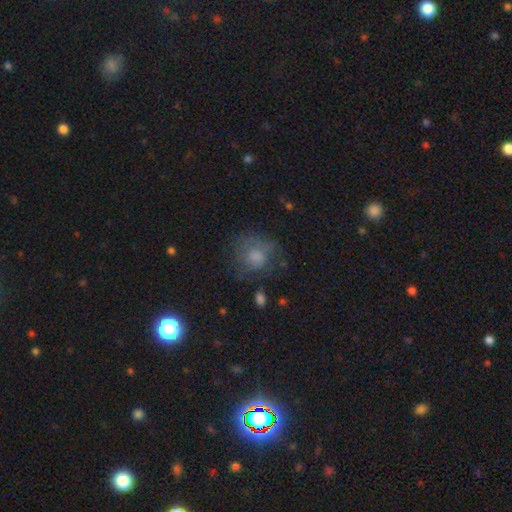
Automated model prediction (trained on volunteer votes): This is likely a smooth galaxy (63%). How rounded: likely round (78%). Merging: possibly none (55%).